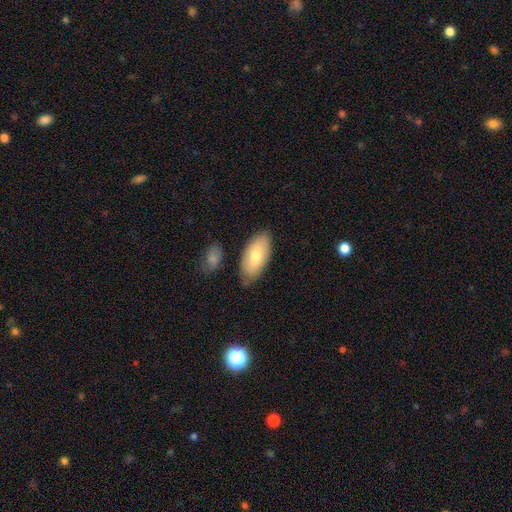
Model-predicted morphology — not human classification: smooth_or_featured: smooth (p=0.73) [alt: featured or disk p=0.21]
how_rounded: in between (p=0.92) [alt: cigar-shaped p=0.06]
merging: none (p=0.80) [alt: minor disturbance p=0.14]